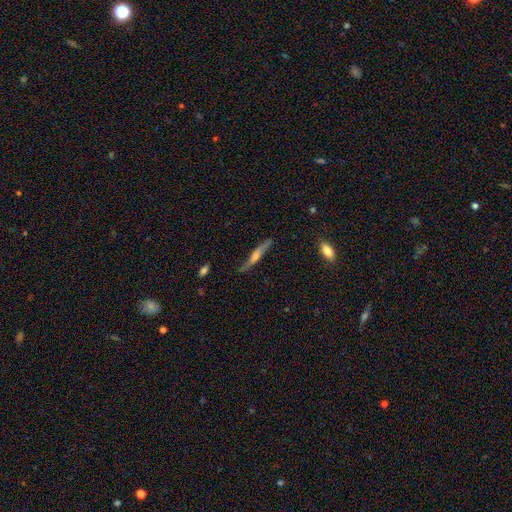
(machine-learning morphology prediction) A featured or disk galaxy (62%) viewed edge-on (92%) with a rounded central bulge (72%). Merging: none (78%).